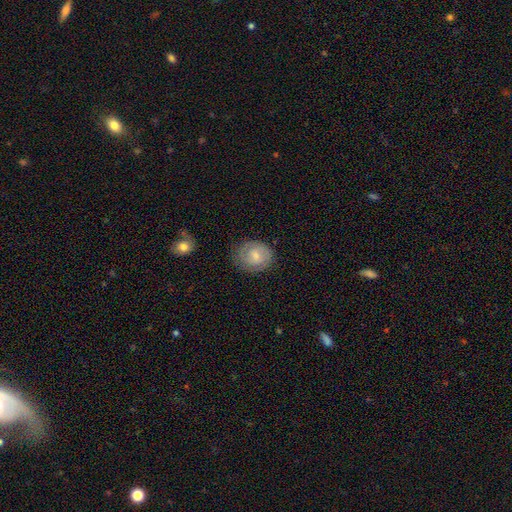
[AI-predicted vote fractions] Smooth or featured? smooth (53%)
How rounded? round (67%)
Merging? none (75%)